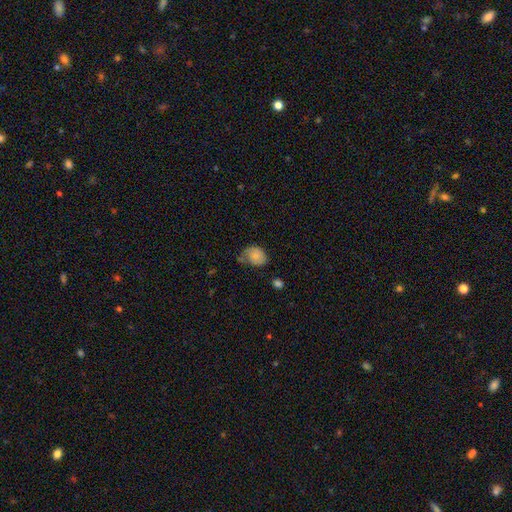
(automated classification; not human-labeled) This appears to be a smooth galaxy with no disk features (79%) that is in between round and cigar-shaped (55%). Merging: none (54%).